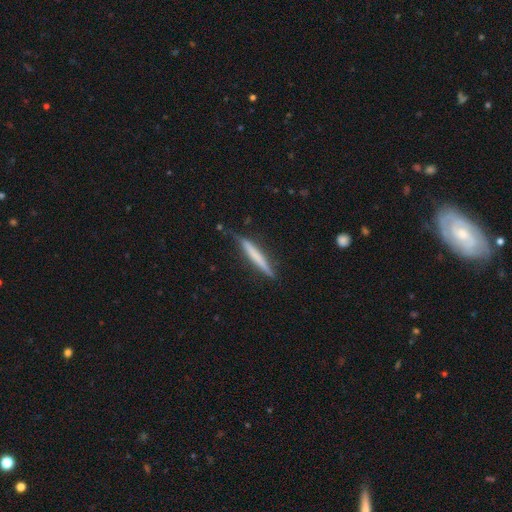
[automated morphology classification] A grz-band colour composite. It shows a smooth galaxy with no disk features (55%) that is cigar-shaped (95%). Merging: none (77%).